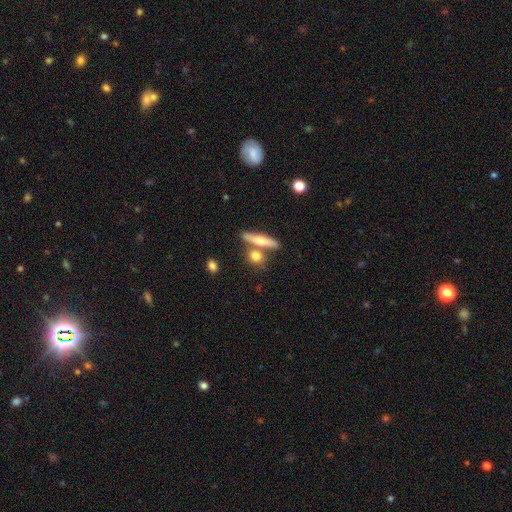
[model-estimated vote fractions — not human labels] Smooth or featured: smooth — 69% (featured or disk — 23%)
How rounded: cigar-shaped — 37% (round — 35%)
Merging: none — 60% (merger — 25%)